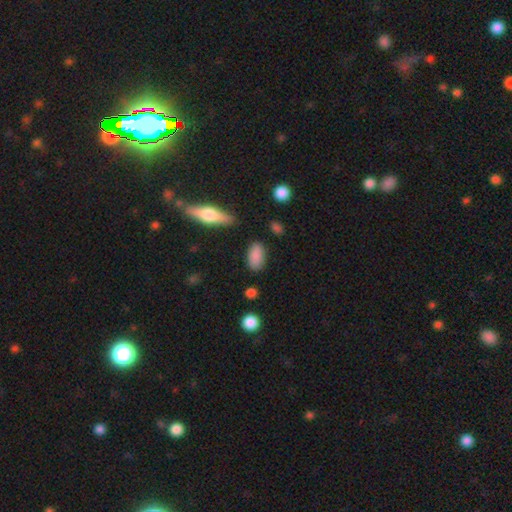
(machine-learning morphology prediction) The model was most divided on "merging": none: 82%, minor disturbance: 12%, major disturbance: 3%, merger: 3%. More confident: how rounded — in between (92%); smooth or featured — smooth (87%).